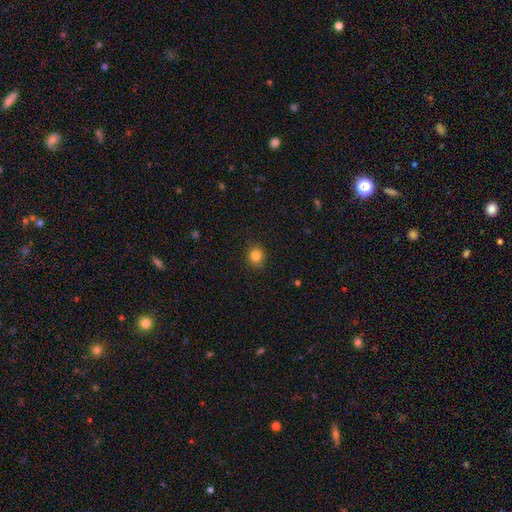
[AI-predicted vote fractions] A smooth galaxy with no disk features (83%) that is round (81%).

Vote fractions:
- Smooth or featured? smooth: 83% / star or artifact: 12% / featured or disk: 5%
- How rounded? round: 81% / in between: 19% / cigar-shaped: 1%
- Merging? none: 86% / minor disturbance: 11% / major disturbance: 2% / merger: 1%